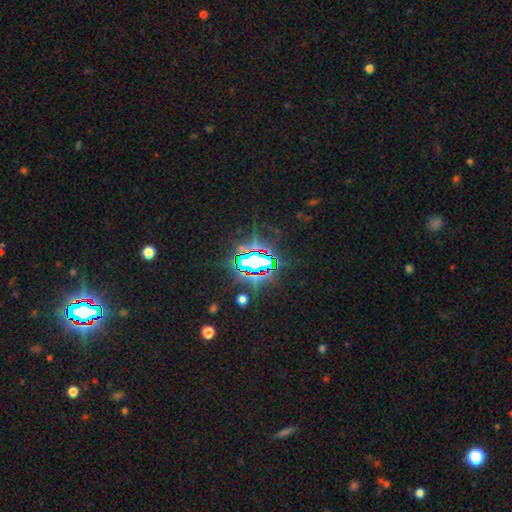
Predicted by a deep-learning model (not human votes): A star or artifact, not a galaxy (84%).